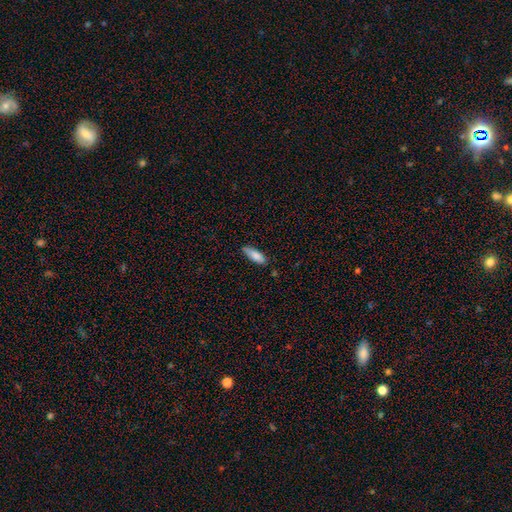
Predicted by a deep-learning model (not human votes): This is clearly a smooth galaxy (83%). How rounded: possibly in between (52%). Merging: likely none (77%).